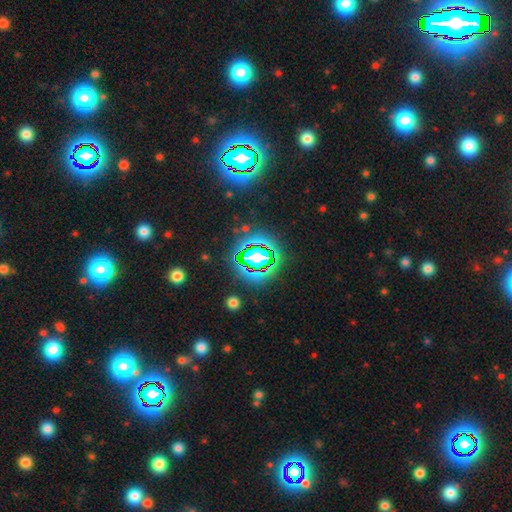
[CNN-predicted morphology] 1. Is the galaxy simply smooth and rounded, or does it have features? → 77% star or artifact, 14% smooth, 10% featured or disk.